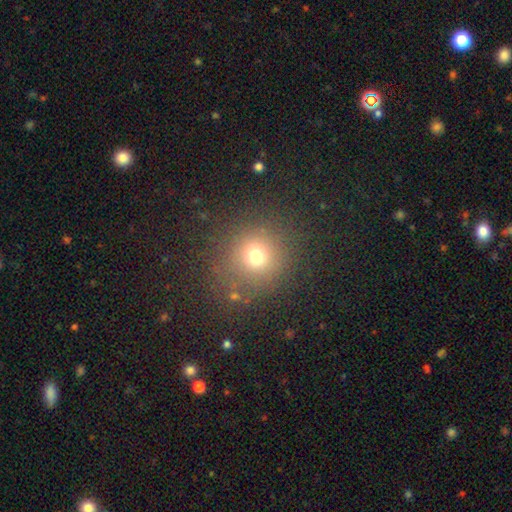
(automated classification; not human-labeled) A smooth galaxy with no disk features (70%) that is round (90%).

Vote fractions:
- Smooth or featured? smooth: 70% / star or artifact: 20% / featured or disk: 9%
- How rounded? round: 90% / in between: 9% / cigar-shaped: 1%
- Merging? none: 82% / minor disturbance: 10% / major disturbance: 6% / merger: 2%